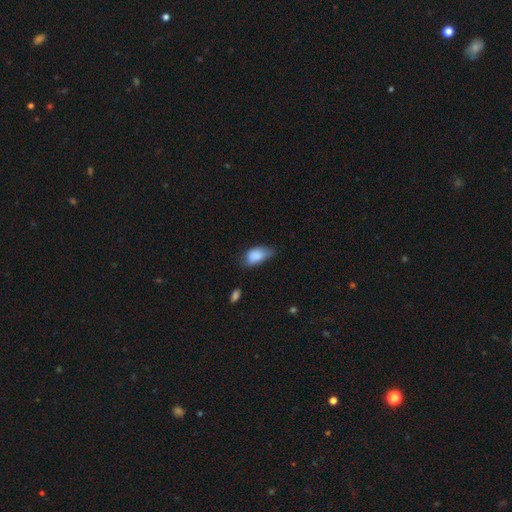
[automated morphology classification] Smooth or featured? smooth (84%)
How rounded? in between (90%)
Merging? minor disturbance (45%)